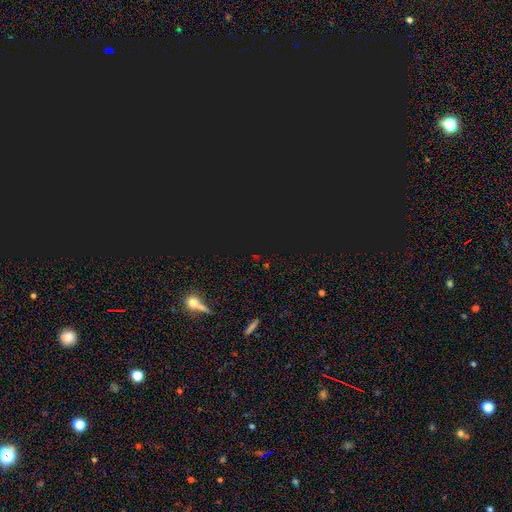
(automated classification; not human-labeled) The model was most divided on "smooth or featured": star or artifact: 76%, smooth: 17%, featured or disk: 7%.